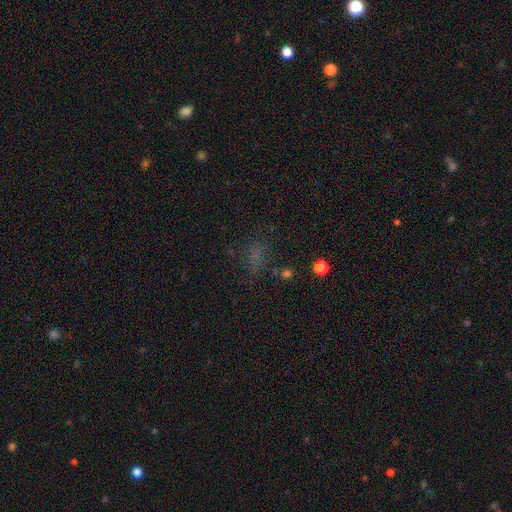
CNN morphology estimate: Q: Smooth or featured?
A: smooth (52%); runner-up: star or artifact (32%)
Q: How rounded?
A: in between (68%); runner-up: round (25%)
Q: Merging?
A: none (58%); runner-up: minor disturbance (19%)